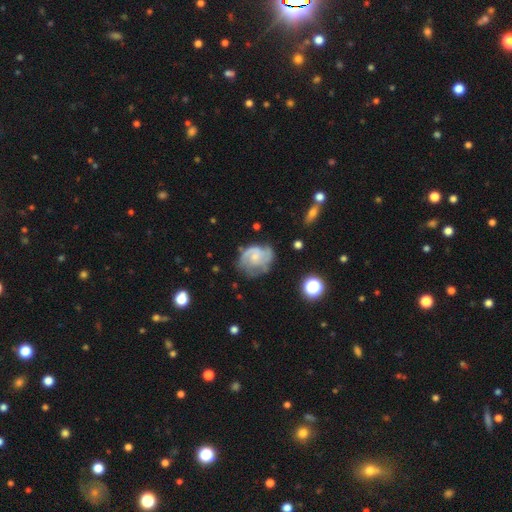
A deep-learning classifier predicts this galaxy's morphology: A featured or disk galaxy (77%) with no bar (61%), 2 (55%) medium (46%) spiral arms (92%) and a small central bulge (59%).

Vote fractions:
- Smooth or featured? featured or disk: 77% / smooth: 16% / star or artifact: 7%
- Edge-on disk? no: 98% / yes: 2%
- Bar? no: 61% / weak: 34% / strong: 5%
- Spiral arms? yes: 92% / no: 8%
- Spiral winding? medium: 46% / tight: 37% / loose: 17%
- Spiral arm count? 2: 55% / can't tell: 18% / 3: 16% / 1: 5% / 4: 3% / more than 4: 3%
- Bulge size? small: 59% / moderate: 26% / none: 12% / large: 2% / dominant: 1%
- Merging? none: 57% / minor disturbance: 25% / major disturbance: 15% / merger: 3%